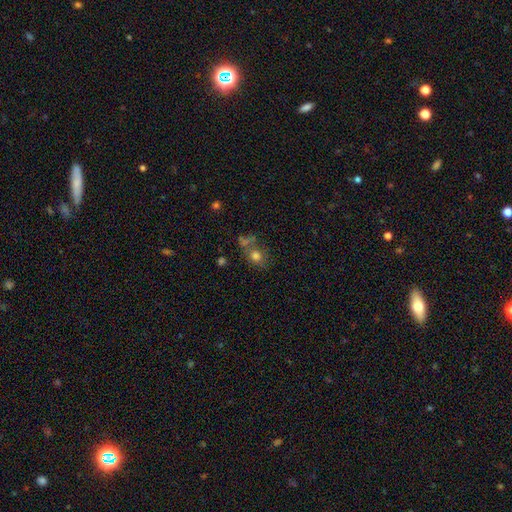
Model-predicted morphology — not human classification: smooth 74%, star or artifact 14%, featured or disk 12%. Down the decision tree: how rounded — round (64%); merging — none (55%).